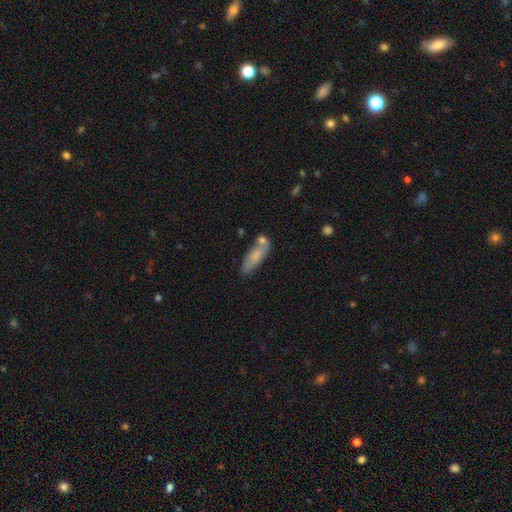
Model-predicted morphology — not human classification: smooth-or-featured: smooth: 72% | featured or disk: 22% | star or artifact: 7%
  how-rounded: in between: 64% | cigar-shaped: 34% | round: 3%
  merging: none: 53% | merger: 22% | minor disturbance: 20% | major disturbance: 6%